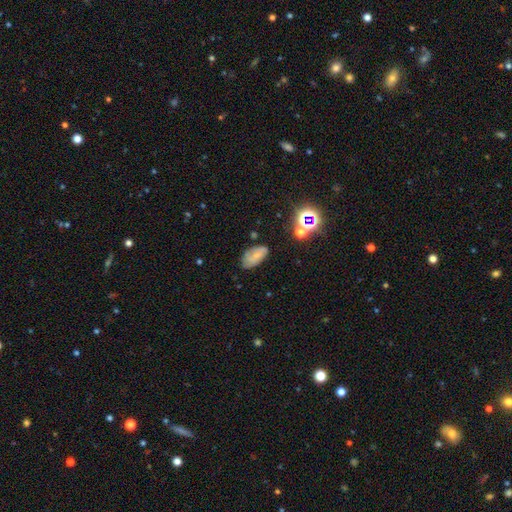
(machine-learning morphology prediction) The model was most divided on "smooth or featured": smooth: 54%, featured or disk: 32%, star or artifact: 13%. More confident: how rounded — in between (92%); merging — none (65%).